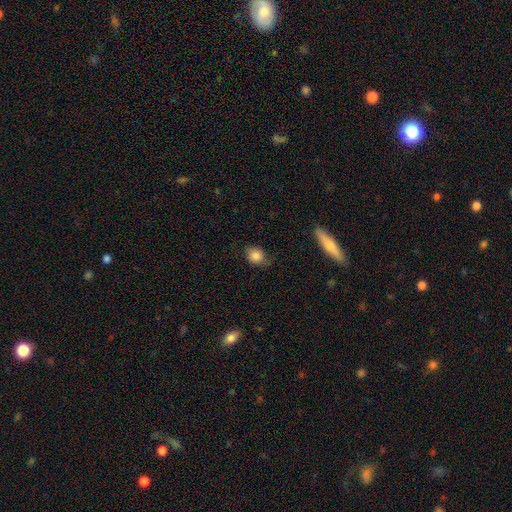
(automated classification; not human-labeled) Smooth or featured?
  - smooth: 83% *
  - star or artifact: 9%
  - featured or disk: 8%
How rounded?
  - round: 61% *
  - in between: 38%
  - cigar-shaped: 2%
Merging?
  - none: 64% *
  - minor disturbance: 27%
  - major disturbance: 7%
  - merger: 2%